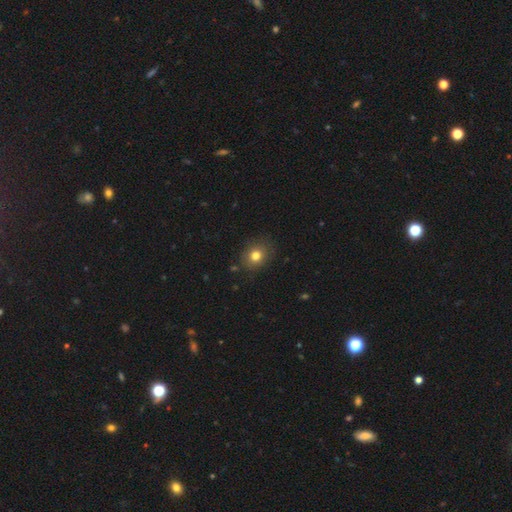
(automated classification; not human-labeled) Smooth or featured? Predicted: smooth (p=0.79). How rounded? Predicted: round (p=0.64). Merging? Predicted: none (p=0.84).